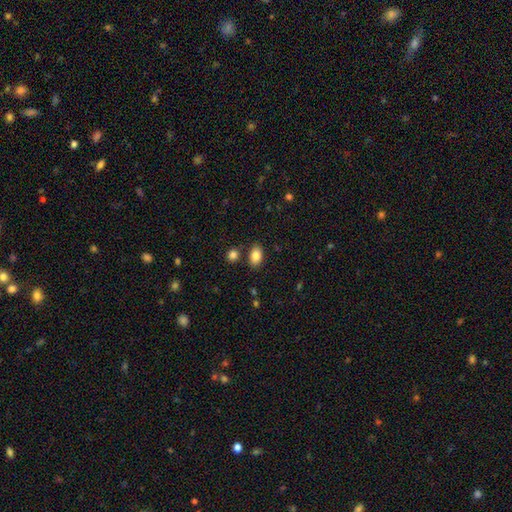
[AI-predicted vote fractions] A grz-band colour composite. It shows a smooth galaxy with no disk features (84%) that is in between round and cigar-shaped (84%). Merging: none (82%).